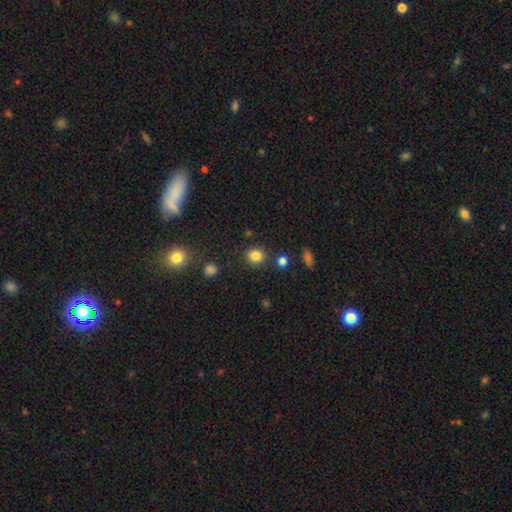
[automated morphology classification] The model was most divided on "how rounded": round: 77%, in between: 22%, cigar-shaped: 1%. More confident: merging — none (85%); smooth or featured — smooth (83%).